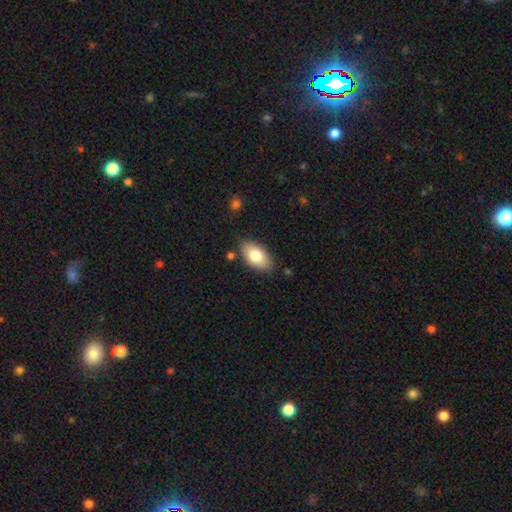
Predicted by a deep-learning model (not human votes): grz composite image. It shows a smooth galaxy with no disk features (79%) that is in between round and cigar-shaped (94%). Merging: none (83%).